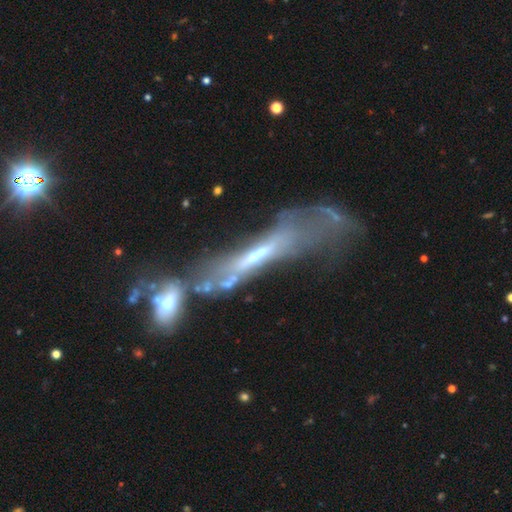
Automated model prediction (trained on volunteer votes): This is likely a featured or disk galaxy (62%). It is possibly not viewed edge-on (56%). Merging: marginally merger (35%).